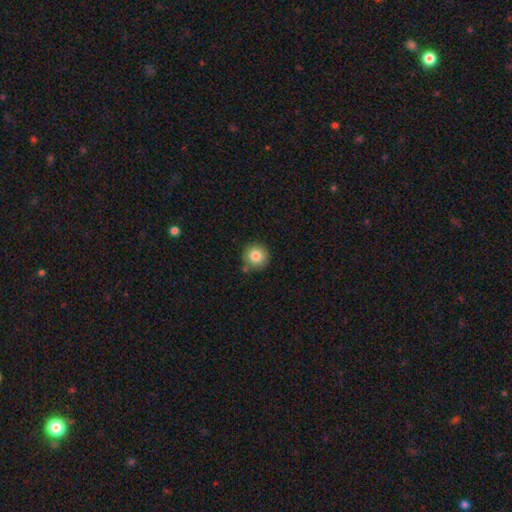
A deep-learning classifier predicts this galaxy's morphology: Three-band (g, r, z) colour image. It shows a smooth galaxy with no disk features (84%) that is round (94%). Merging: none (81%).